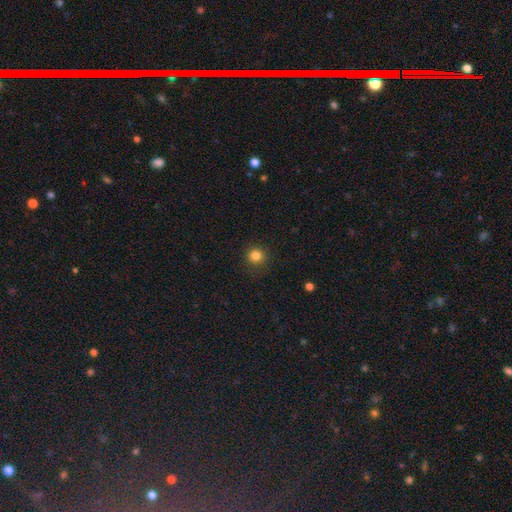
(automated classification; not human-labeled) This is clearly a smooth galaxy (83%). How rounded: clearly round (93%). Merging: clearly none (90%).